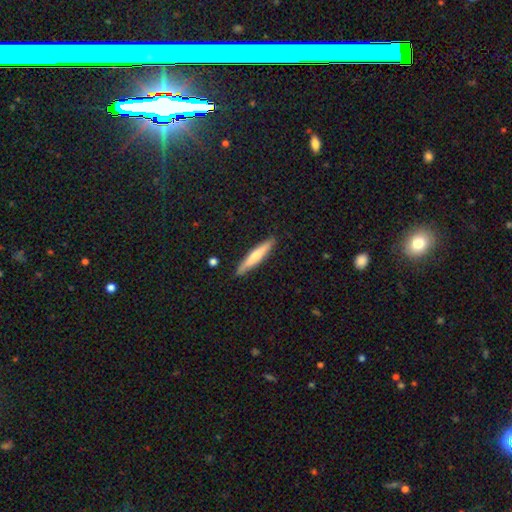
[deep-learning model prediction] This is likely a smooth galaxy (62%). How rounded: clearly cigar-shaped (92%). Merging: clearly none (89%).